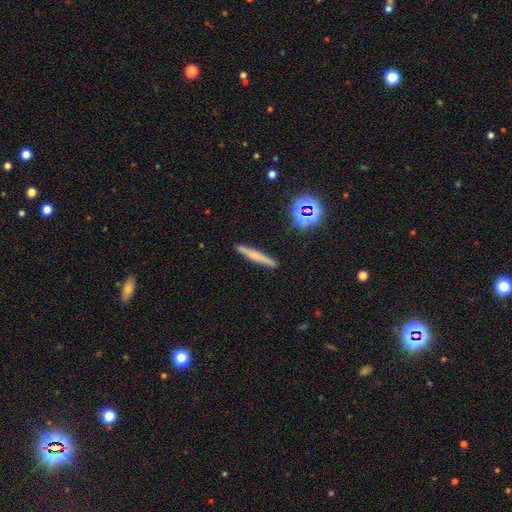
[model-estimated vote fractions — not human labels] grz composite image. It shows a smooth galaxy with no disk features (49%). Merging: none (90%).